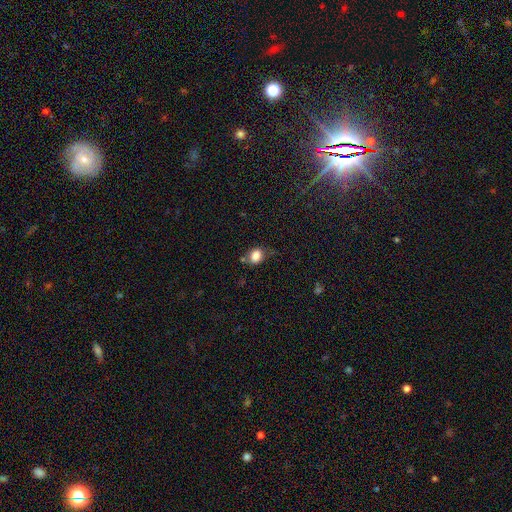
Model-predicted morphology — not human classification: smooth 83%, star or artifact 10%, featured or disk 6%. Down the decision tree: how rounded — round (51%); merging — none (61%).